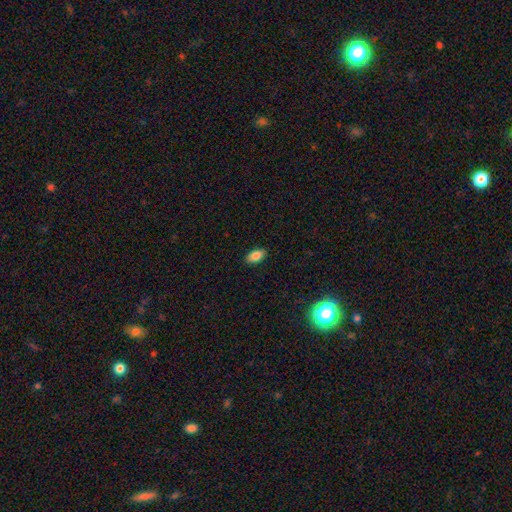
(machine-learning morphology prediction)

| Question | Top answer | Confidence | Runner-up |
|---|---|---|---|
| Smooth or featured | smooth | 84% | star or artifact (8%) |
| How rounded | in between | 92% | round (4%) |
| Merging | none | 89% | minor disturbance (9%) |